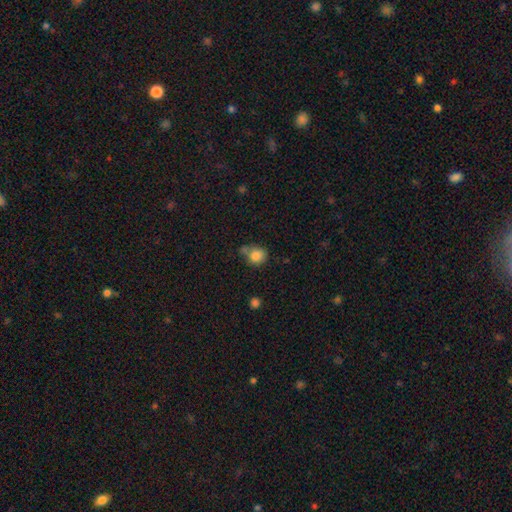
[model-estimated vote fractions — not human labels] Smooth or featured?
  - smooth: 82% *
  - star or artifact: 10%
  - featured or disk: 8%
How rounded?
  - round: 77% *
  - in between: 22%
  - cigar-shaped: 1%
Merging?
  - none: 52% *
  - merger: 21%
  - minor disturbance: 21%
  - major disturbance: 7%